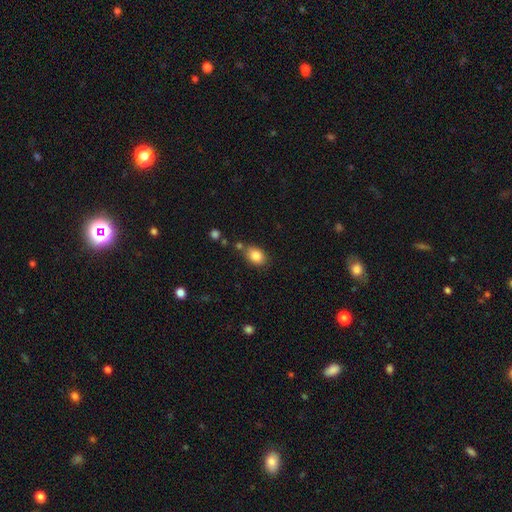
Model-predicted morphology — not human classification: A smooth galaxy with no disk features (85%) that is in between round and cigar-shaped (71%). Merging: none (68%).